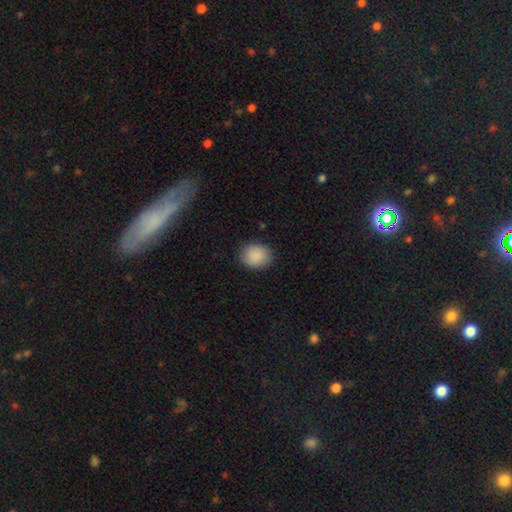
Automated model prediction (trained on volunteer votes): Morphology: type=smooth (90%); roundness=round (60%); merging=none (87%).